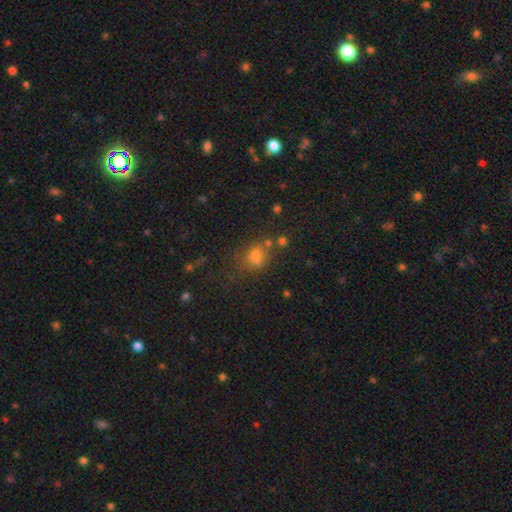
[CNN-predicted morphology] Smooth or featured?
  - smooth: 62% *
  - star or artifact: 25%
  - featured or disk: 14%
How rounded?
  - in between: 54% *
  - round: 43%
  - cigar-shaped: 3%
Merging?
  - none: 51% *
  - minor disturbance: 19%
  - merger: 17%
  - major disturbance: 13%